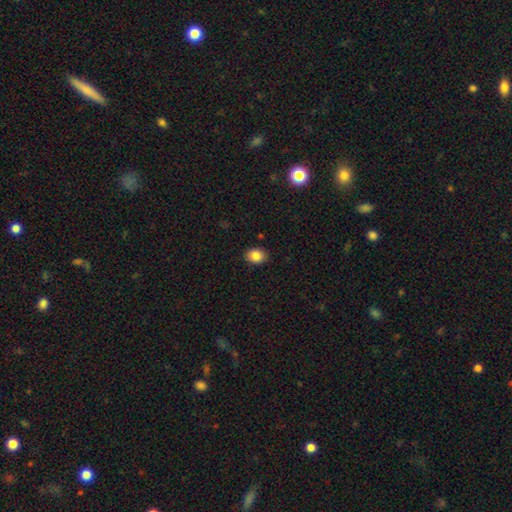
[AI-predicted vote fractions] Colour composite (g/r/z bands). It shows a smooth galaxy with no disk features (85%) that is in between round and cigar-shaped (58%). Merging: none (89%).